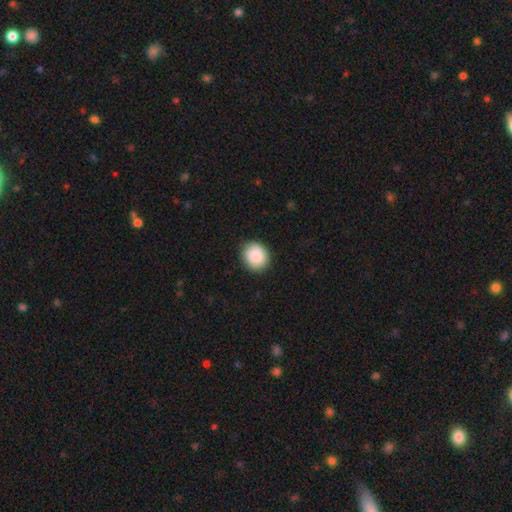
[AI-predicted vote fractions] Overall: smooth (89%). How rounded: round (76%). Merging: none (88%).